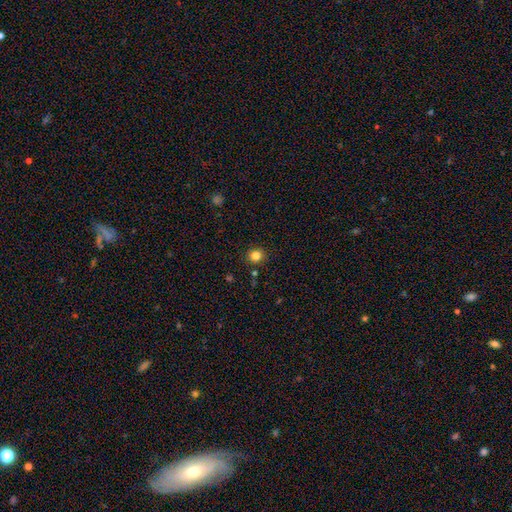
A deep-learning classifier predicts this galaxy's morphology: This appears to be a smooth galaxy with no disk features (83%) that is round (88%). Merging: none (89%).